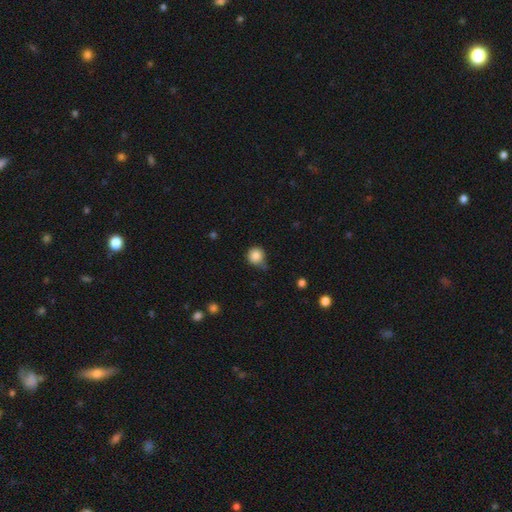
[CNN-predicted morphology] A smooth galaxy with no disk features (86%) that is round (92%).

Vote fractions:
- Smooth or featured? smooth: 86% / star or artifact: 10% / featured or disk: 4%
- How rounded? round: 92% / in between: 7% / cigar-shaped: 1%
- Merging? none: 64% / minor disturbance: 26% / major disturbance: 6% / merger: 5%